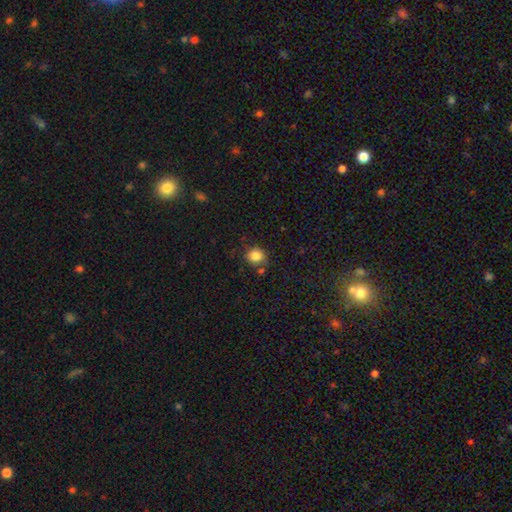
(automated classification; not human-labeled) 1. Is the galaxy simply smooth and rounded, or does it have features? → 83% smooth, 11% star or artifact, 6% featured or disk.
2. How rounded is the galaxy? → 83% round, 16% in between, 1% cigar-shaped.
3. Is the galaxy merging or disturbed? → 72% none, 15% minor disturbance, 9% merger, 4% major disturbance.